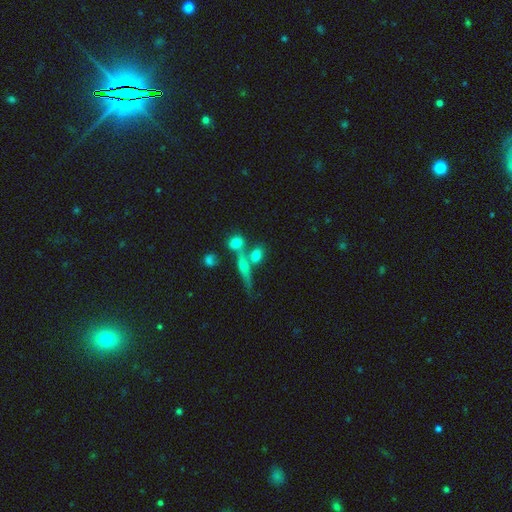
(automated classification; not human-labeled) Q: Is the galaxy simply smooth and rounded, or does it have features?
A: smooth — 63%.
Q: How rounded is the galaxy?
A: in between — 52%.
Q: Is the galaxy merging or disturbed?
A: none — 48%.